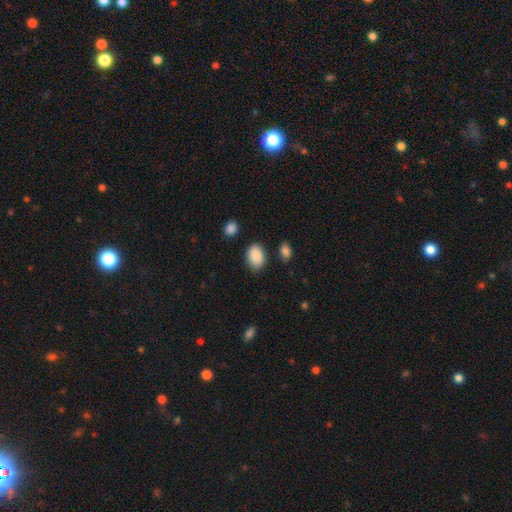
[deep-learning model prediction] A smooth galaxy with no disk features (90%) that is in between round and cigar-shaped (84%). Merging: none (79%).